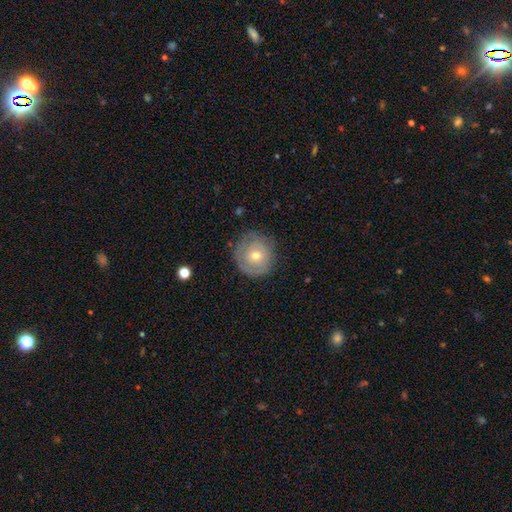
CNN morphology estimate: Smooth or featured? featured or disk (48%)
Merging? none (75%)